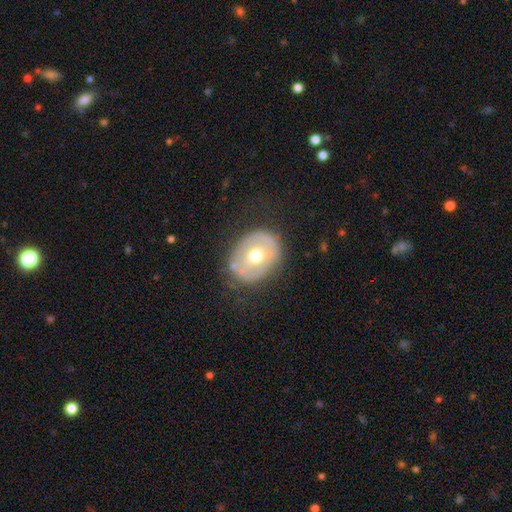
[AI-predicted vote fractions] Smooth or featured: featured or disk — 52% (smooth — 42%)
Edge-on disk: no — 93% (yes — 7%)
Merging: none — 74% (minor disturbance — 17%)